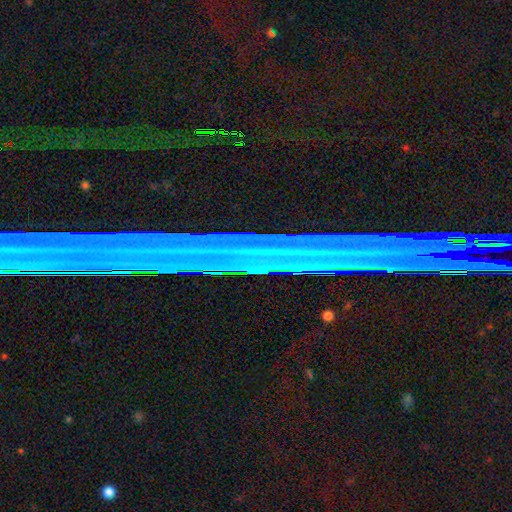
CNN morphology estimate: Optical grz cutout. It shows a star or artifact, not a galaxy (79%).